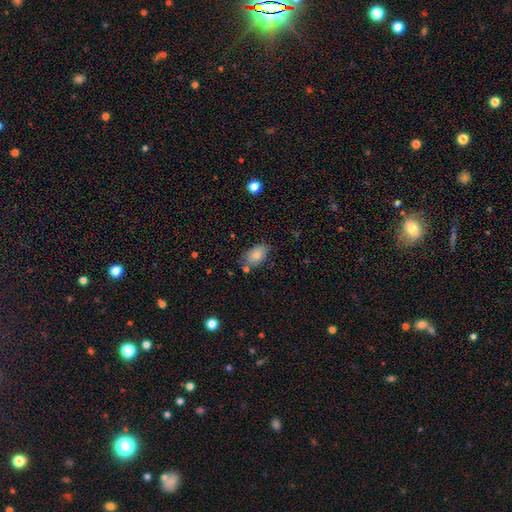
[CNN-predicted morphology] This appears to be a smooth galaxy with no disk features (79%) that is in between round and cigar-shaped (90%). Merging: none (70%).